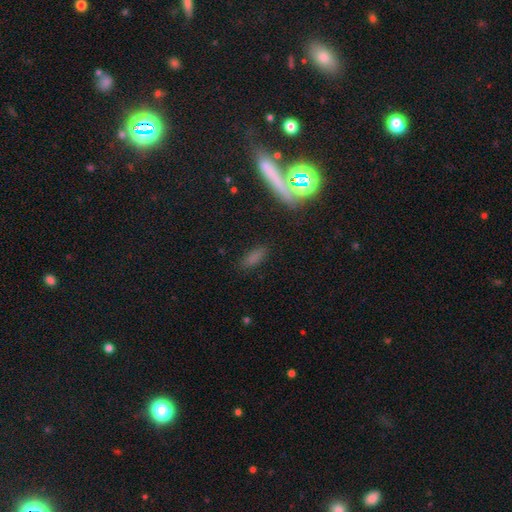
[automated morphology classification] smooth 63%, star or artifact 25%, featured or disk 12%. Down the decision tree: how rounded — cigar-shaped (48%); merging — none (81%).